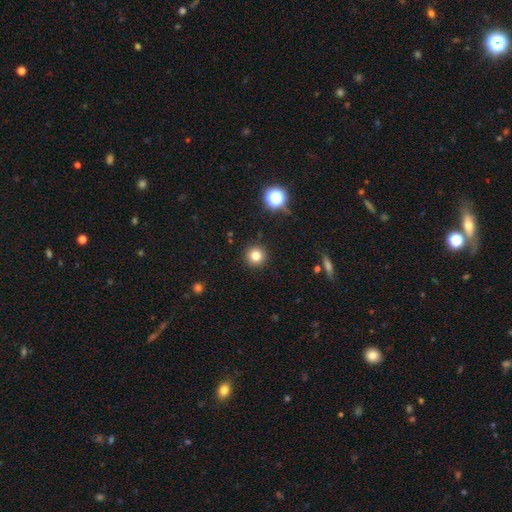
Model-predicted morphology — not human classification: Smooth or featured? Predicted: smooth (p=0.80). How rounded? Predicted: round (p=0.95). Merging? Predicted: none (p=0.92).